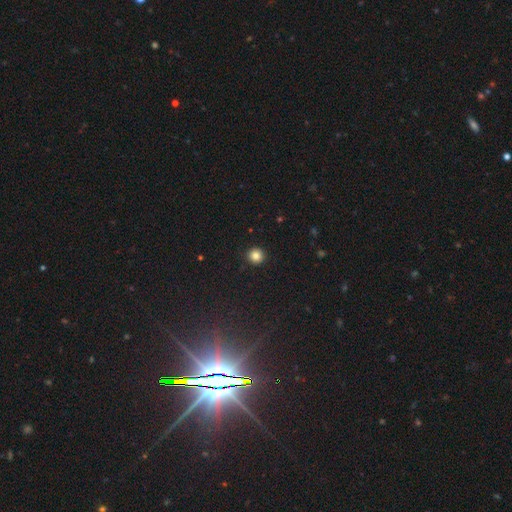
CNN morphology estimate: Smooth or featured? smooth (84%)
How rounded? round (94%)
Merging? none (93%)